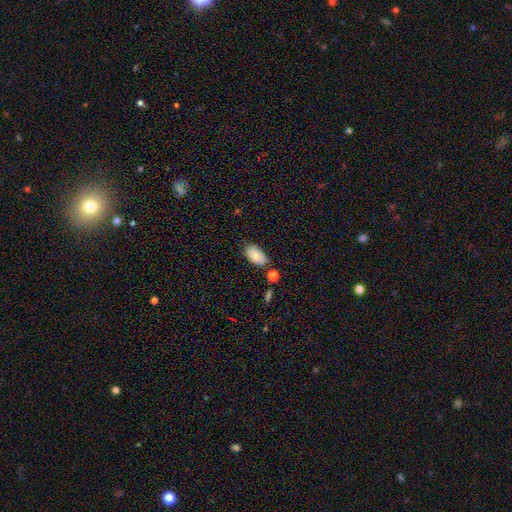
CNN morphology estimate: This is clearly a smooth galaxy (81%). How rounded: clearly in between (94%). Merging: likely none (74%).